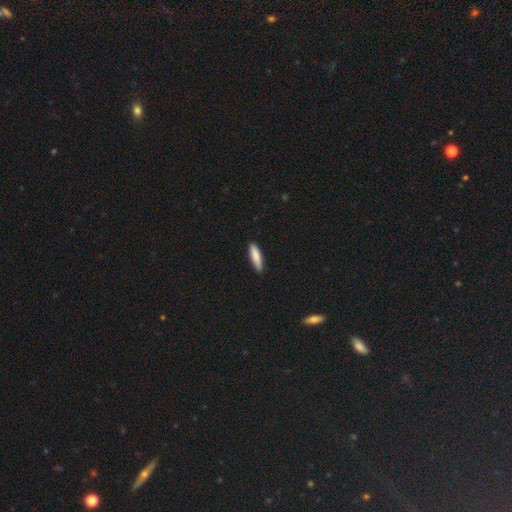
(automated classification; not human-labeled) smooth_or_featured: smooth (p=0.85) [alt: featured or disk p=0.10]
how_rounded: cigar-shaped (p=0.70) [alt: in between p=0.28]
merging: none (p=0.85) [alt: minor disturbance p=0.12]